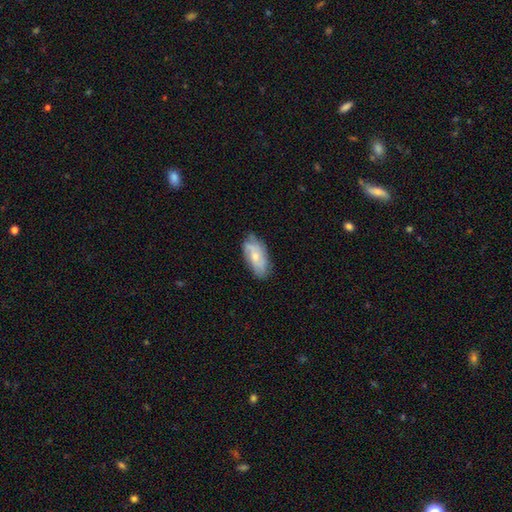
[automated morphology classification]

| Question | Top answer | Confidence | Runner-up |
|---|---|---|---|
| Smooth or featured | featured or disk | 48% | smooth (45%) |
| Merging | none | 66% | minor disturbance (26%) |